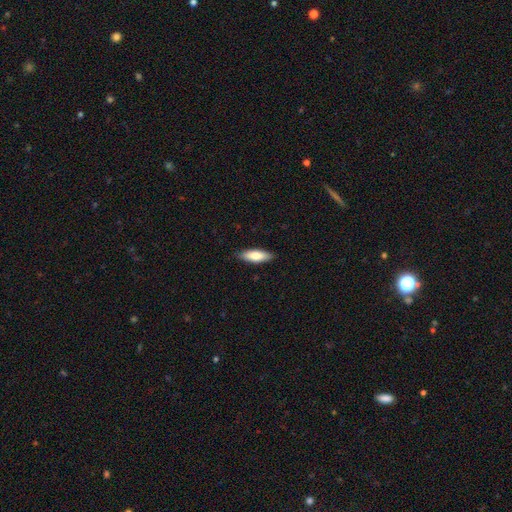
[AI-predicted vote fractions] Q: Smooth or featured?
A: smooth (78%); runner-up: featured or disk (16%)
Q: How rounded?
A: in between (60%); runner-up: cigar-shaped (38%)
Q: Merging?
A: none (87%); runner-up: minor disturbance (11%)